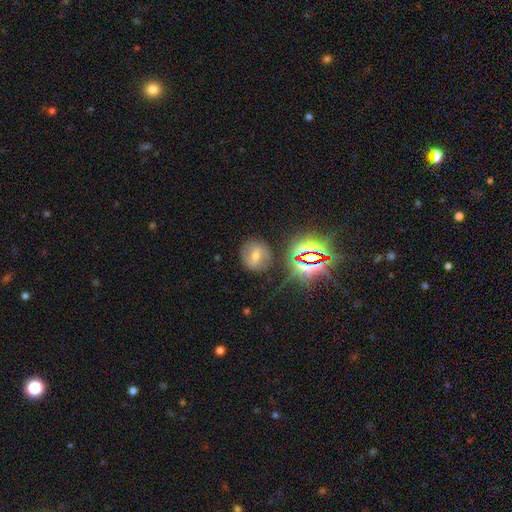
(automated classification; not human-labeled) Smooth or featured? featured or disk (39%)
Merging? none (81%)